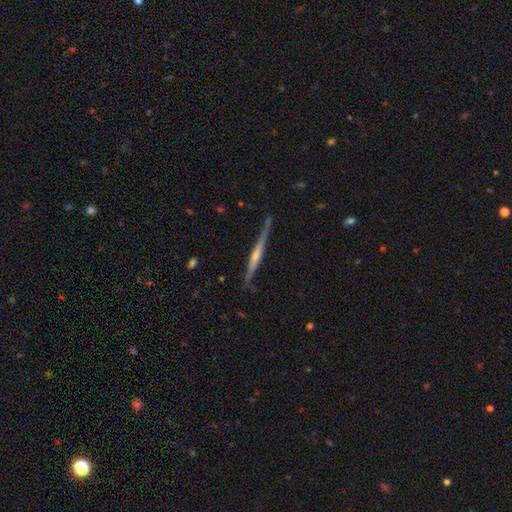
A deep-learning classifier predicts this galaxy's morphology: Smooth or featured? Predicted: featured or disk (p=0.72). Edge-on disk? Predicted: yes (p=0.97). Edge-on bulge? Predicted: rounded (p=0.53). Merging? Predicted: none (p=0.82).